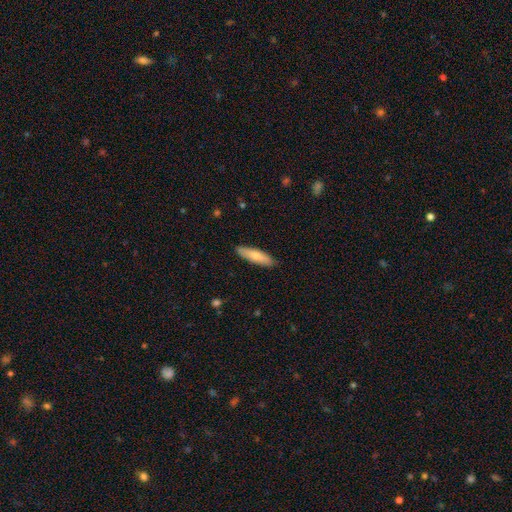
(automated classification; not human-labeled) Smooth or featured? smooth (76%)
How rounded? cigar-shaped (64%)
Merging? none (88%)